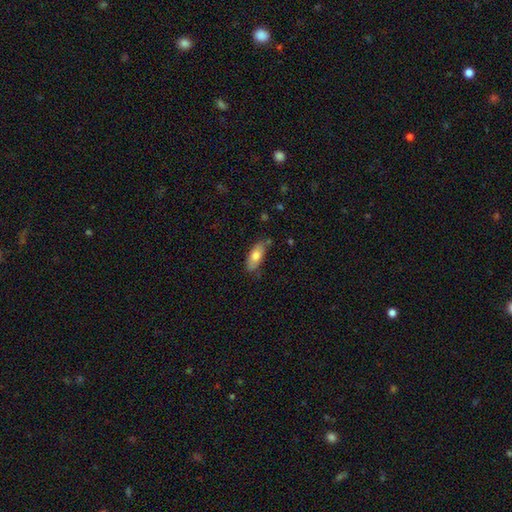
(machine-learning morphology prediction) smooth 76%, featured or disk 18%, star or artifact 6%. Down the decision tree: how rounded — in between (80%); merging — none (74%).